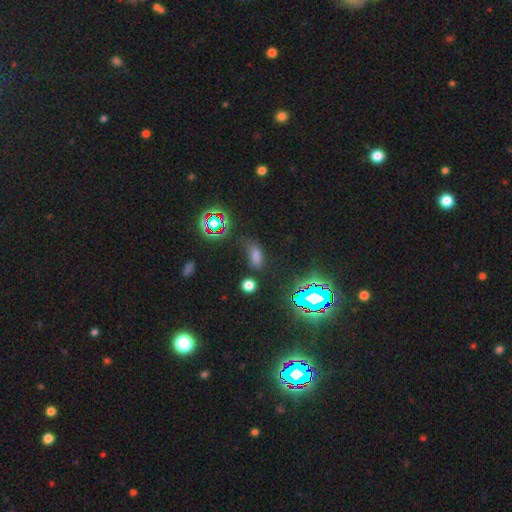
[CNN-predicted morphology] This is possibly a smooth galaxy (53%). How rounded: likely in between (77%). Merging: likely none (60%).